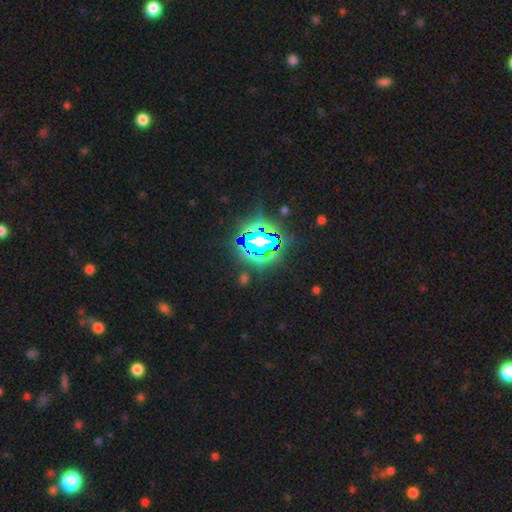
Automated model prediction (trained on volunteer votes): This is clearly a star or artifact rather than a galaxy (85%).